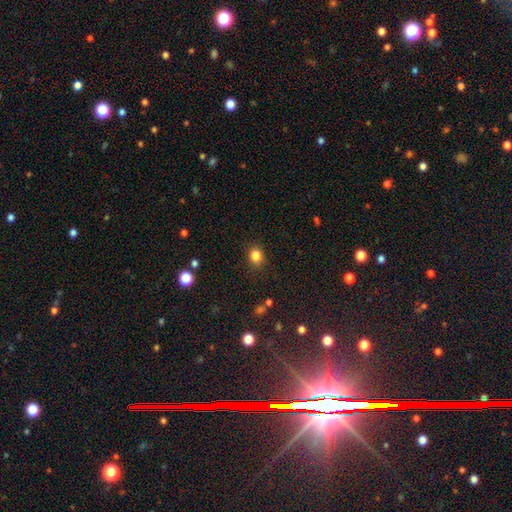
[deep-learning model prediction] The model was most divided on "how rounded": round: 65%, in between: 35%, cigar-shaped: 1%. More confident: merging — none (86%); smooth or featured — smooth (84%).